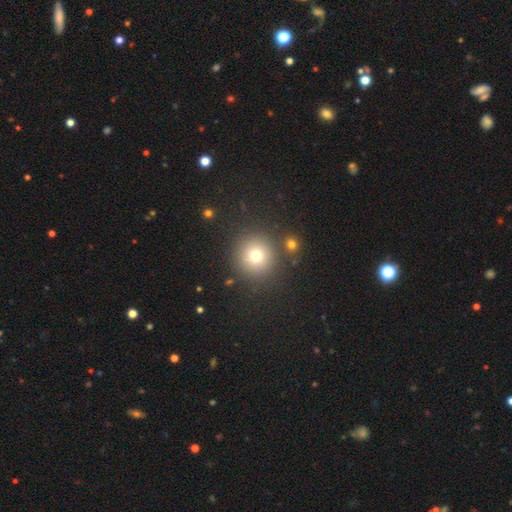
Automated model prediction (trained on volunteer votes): This appears to be a smooth galaxy with no disk features (74%) that is round (94%). Merging: none (86%).